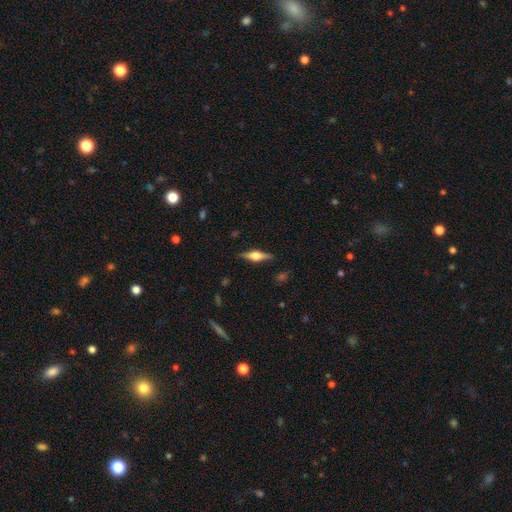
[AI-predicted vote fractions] Smooth or featured: featured or disk — 71% (smooth — 23%)
Edge-on disk: yes — 97% (no — 3%)
Edge-on bulge: rounded — 91% (boxy — 8%)
Merging: none — 88% (minor disturbance — 9%)